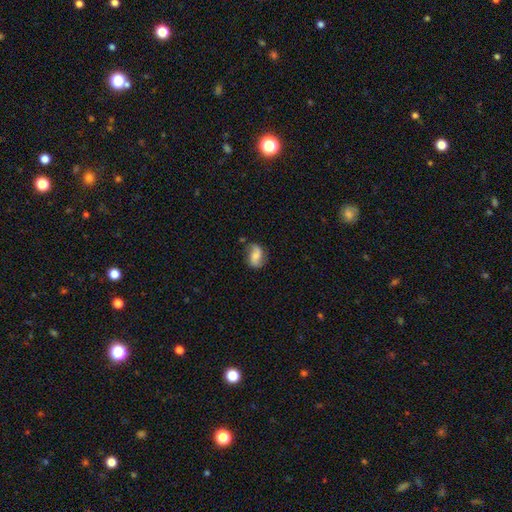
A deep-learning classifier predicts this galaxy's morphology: Smooth or featured: smooth — 47% (featured or disk — 45%)
Merging: none — 65% (minor disturbance — 24%)